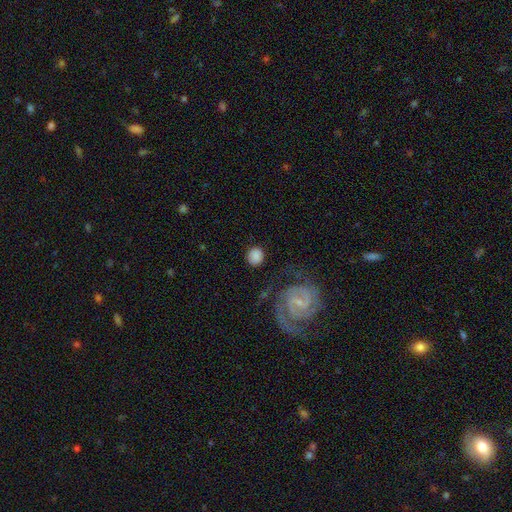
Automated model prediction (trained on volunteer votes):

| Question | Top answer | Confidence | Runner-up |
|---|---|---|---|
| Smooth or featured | smooth | 77% | featured or disk (15%) |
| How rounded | round | 84% | in between (15%) |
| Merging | none | 79% | minor disturbance (11%) |